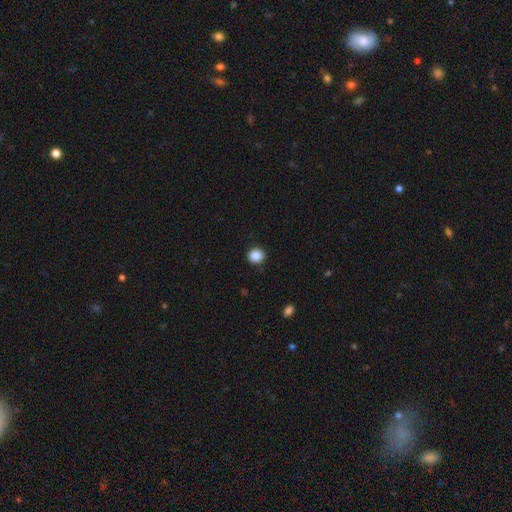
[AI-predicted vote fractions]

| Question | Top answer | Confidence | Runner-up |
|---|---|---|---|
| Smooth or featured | smooth | 87% | star or artifact (10%) |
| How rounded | round | 84% | in between (15%) |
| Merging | none | 89% | minor disturbance (7%) |